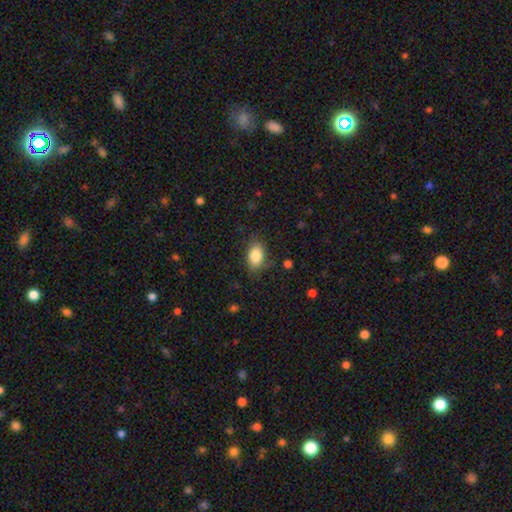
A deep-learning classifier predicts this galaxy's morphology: Q: Smooth or featured?
A: smooth (85%); runner-up: star or artifact (8%)
Q: How rounded?
A: in between (88%); runner-up: round (11%)
Q: Merging?
A: none (78%); runner-up: minor disturbance (16%)